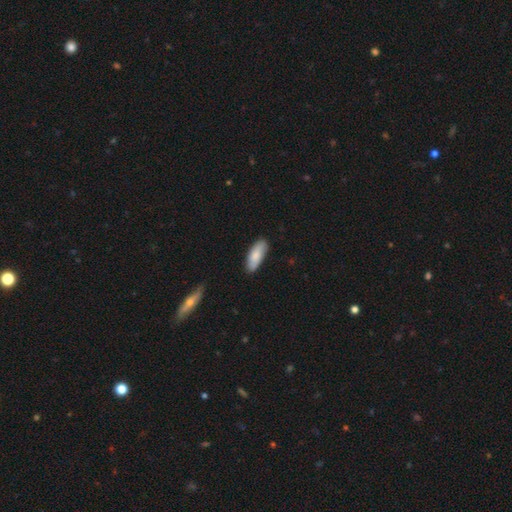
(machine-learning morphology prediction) This is clearly a smooth galaxy (80%). How rounded: likely in between (72%). Merging: clearly none (82%).